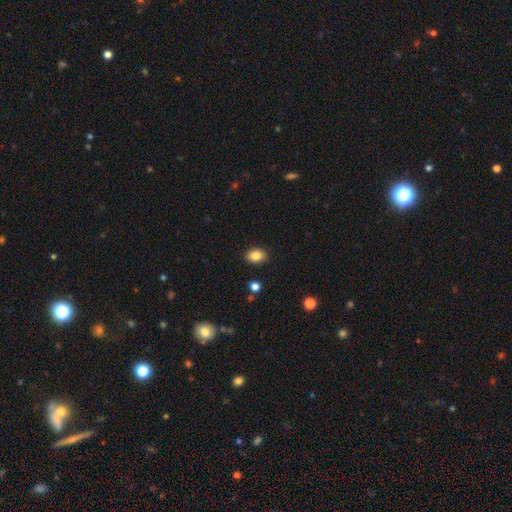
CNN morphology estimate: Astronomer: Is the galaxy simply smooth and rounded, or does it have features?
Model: smooth — 85%.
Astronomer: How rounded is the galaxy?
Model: in between — 65%.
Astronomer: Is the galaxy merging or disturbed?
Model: none — 86%.